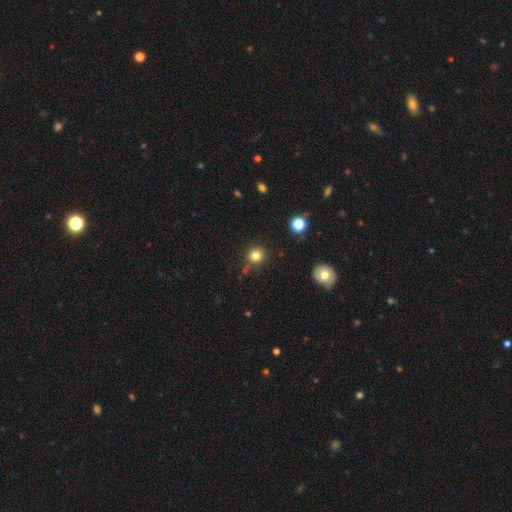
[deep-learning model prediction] Q: Smooth or featured?
A: smooth (81%); runner-up: star or artifact (13%)
Q: How rounded?
A: round (91%); runner-up: in between (8%)
Q: Merging?
A: none (82%); runner-up: minor disturbance (11%)